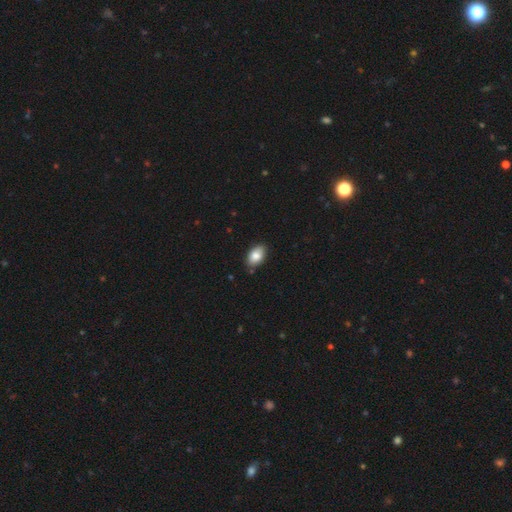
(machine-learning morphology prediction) The model was most divided on "merging": none: 84%, minor disturbance: 12%, major disturbance: 2%, merger: 2%. More confident: how rounded — in between (91%); smooth or featured — smooth (84%).